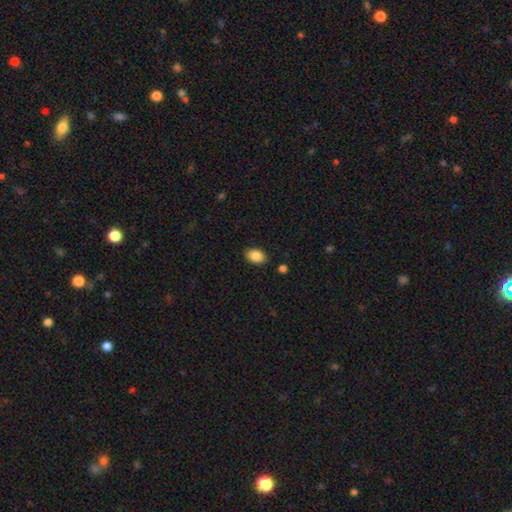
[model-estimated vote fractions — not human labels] Smooth or featured? smooth (86%)
How rounded? in between (86%)
Merging? none (88%)